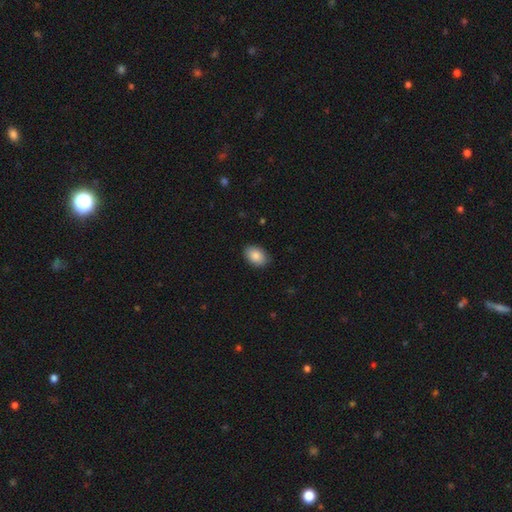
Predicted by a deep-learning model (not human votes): smooth 88%, star or artifact 7%, featured or disk 5%. Down the decision tree: how rounded — in between (84%); merging — none (87%).